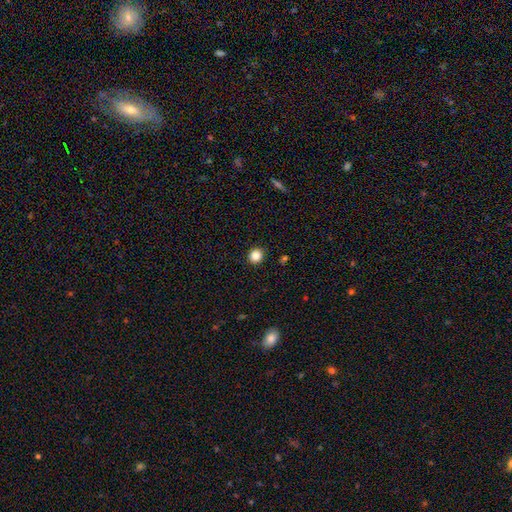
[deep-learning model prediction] The model was most divided on "smooth or featured": smooth: 85%, star or artifact: 11%, featured or disk: 4%. More confident: merging — none (92%); how rounded — round (89%).